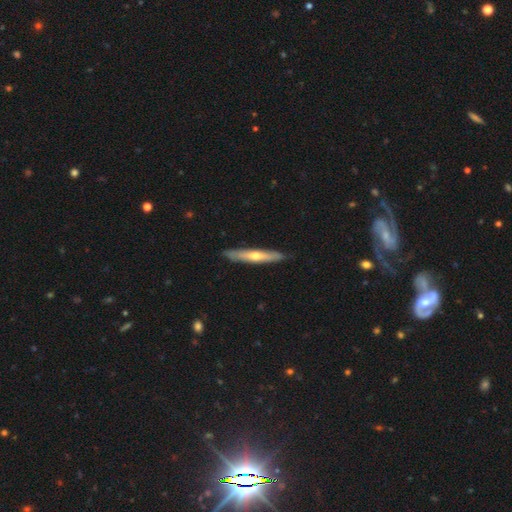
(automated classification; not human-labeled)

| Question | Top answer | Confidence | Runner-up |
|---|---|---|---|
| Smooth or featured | featured or disk | 49% | smooth (46%) |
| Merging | none | 88% | minor disturbance (10%) |